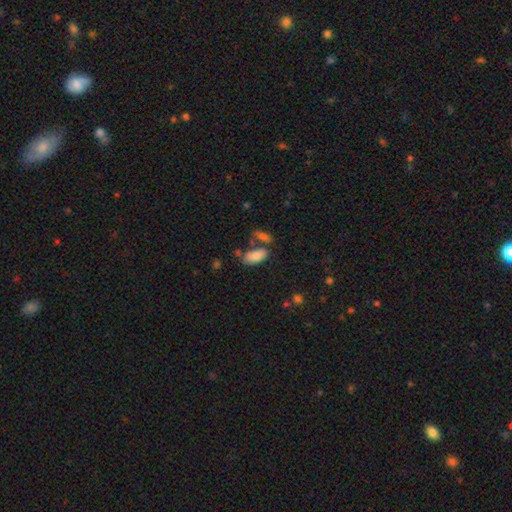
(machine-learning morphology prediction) smooth-or-featured: smooth: 84% | featured or disk: 9% | star or artifact: 8%
  how-rounded: in between: 91% | cigar-shaped: 6% | round: 3%
  merging: none: 54% | merger: 22% | minor disturbance: 17% | major disturbance: 7%